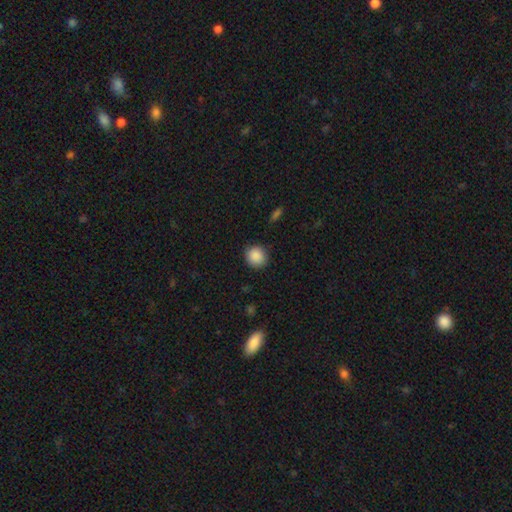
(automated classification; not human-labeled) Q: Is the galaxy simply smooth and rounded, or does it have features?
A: smooth — 88%.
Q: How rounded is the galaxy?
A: round — 88%.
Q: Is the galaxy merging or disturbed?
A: none — 88%.